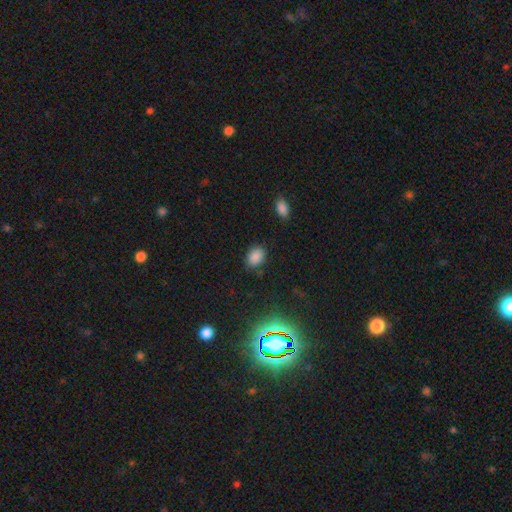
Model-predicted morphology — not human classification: A smooth galaxy with no disk features (84%) that is in between round and cigar-shaped (72%). Merging: none (79%).